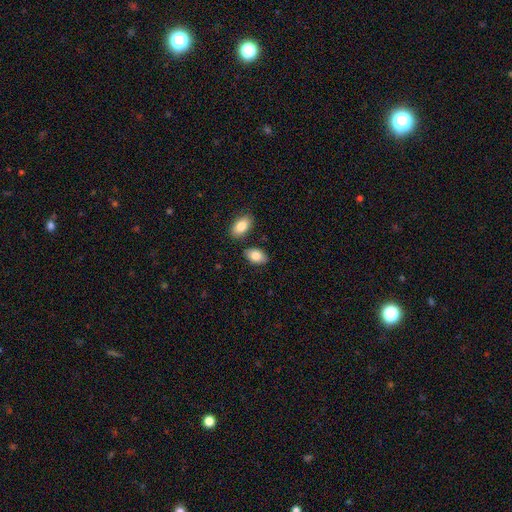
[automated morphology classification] This appears to be a smooth galaxy with no disk features (83%) that is in between round and cigar-shaped (93%). Merging: none (78%).